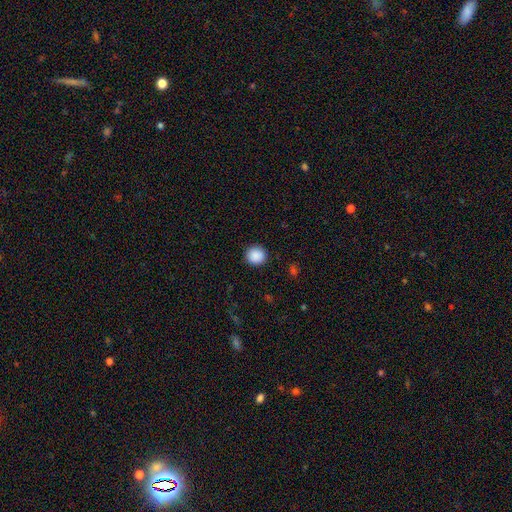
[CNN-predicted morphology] type=smooth (89%); roundness=round (93%); merging=none (92%).